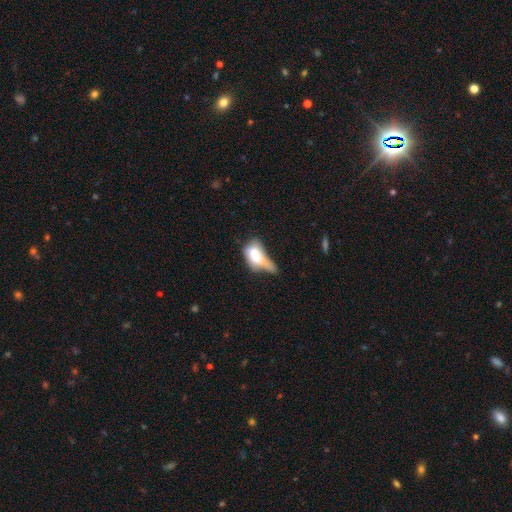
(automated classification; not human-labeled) Smooth or featured: smooth — 64% (featured or disk — 26%)
How rounded: in between — 84% (cigar-shaped — 9%)
Merging: major disturbance — 34% (merger — 29%)